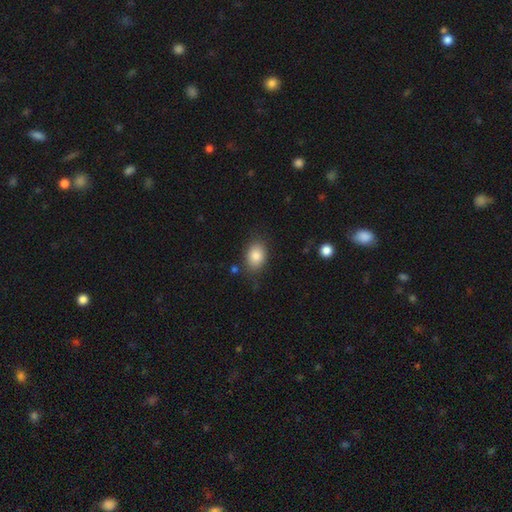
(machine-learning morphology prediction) Overall: smooth (85%). How rounded: in between (79%). Merging: none (80%).